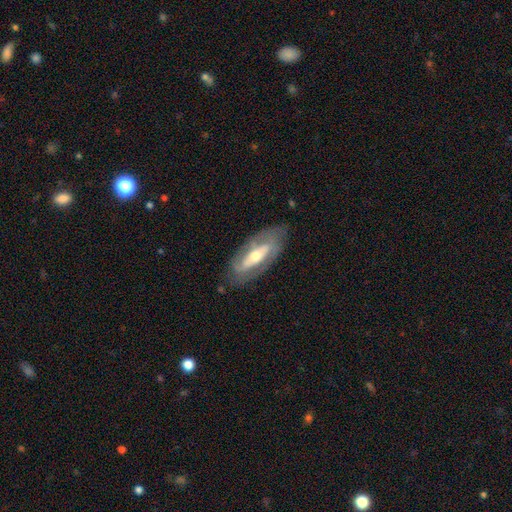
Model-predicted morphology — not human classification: This is likely a featured or disk galaxy (72%). It is clearly not viewed edge-on (83%). Bar: marginally strong (37%). Spiral arm pattern: likely yes (66%). Central bulge: likely moderate (61%). Merging: likely none (77%).